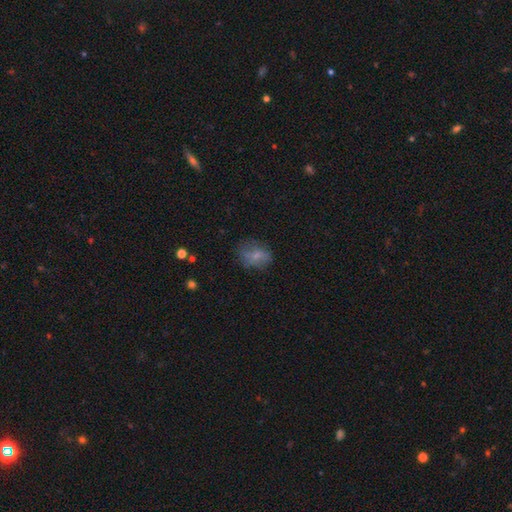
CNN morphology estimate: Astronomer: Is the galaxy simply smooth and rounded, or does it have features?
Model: smooth — 68%.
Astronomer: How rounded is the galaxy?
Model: in between — 63%.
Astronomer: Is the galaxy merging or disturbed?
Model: none — 61%.